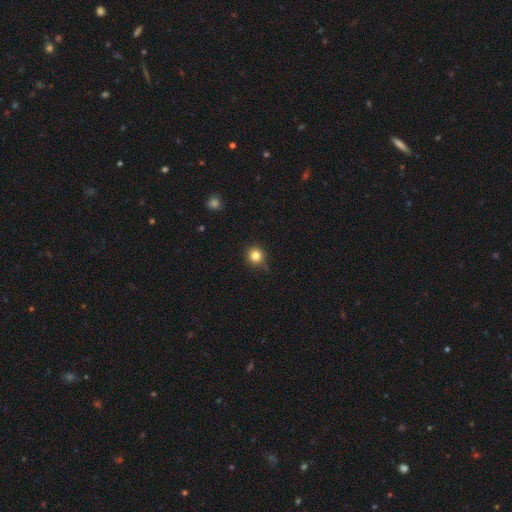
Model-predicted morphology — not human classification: Q: Smooth or featured?
A: smooth (82%); runner-up: star or artifact (12%)
Q: How rounded?
A: round (94%); runner-up: in between (5%)
Q: Merging?
A: none (84%); runner-up: minor disturbance (12%)